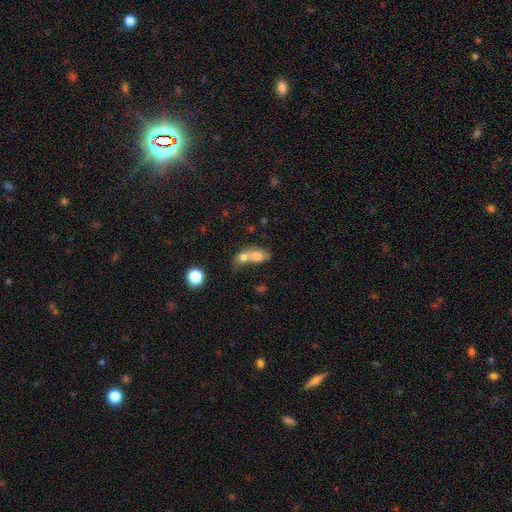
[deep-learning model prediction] Smooth or featured? smooth (68%)
How rounded? in between (74%)
Merging? merger (71%)